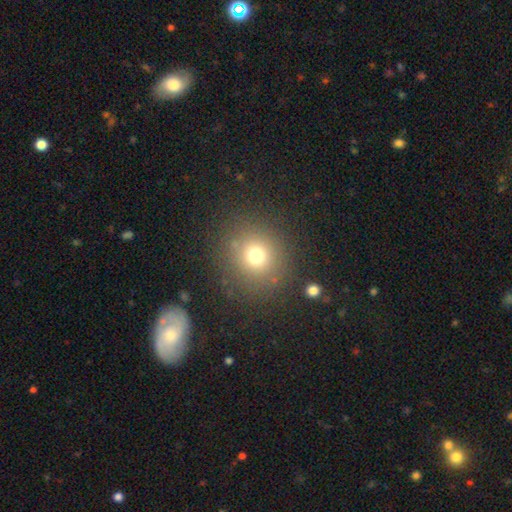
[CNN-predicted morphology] type=smooth (71%); roundness=round (88%); merging=none (85%).